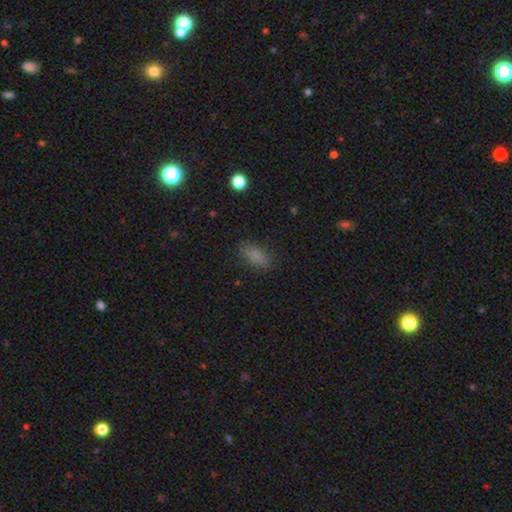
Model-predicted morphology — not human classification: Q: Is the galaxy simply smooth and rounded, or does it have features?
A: smooth — 81%.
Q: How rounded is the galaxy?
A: in between — 85%.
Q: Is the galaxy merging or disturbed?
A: none — 80%.